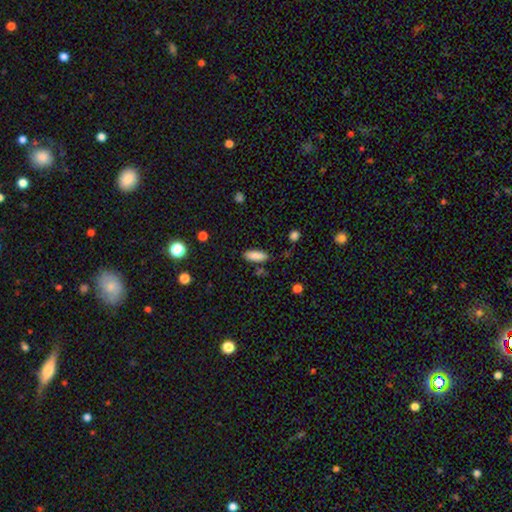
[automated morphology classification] A smooth galaxy with no disk features (83%) that is in between round and cigar-shaped (71%).

Vote fractions:
- Smooth or featured? smooth: 83% / featured or disk: 9% / star or artifact: 7%
- How rounded? in between: 71% / cigar-shaped: 27% / round: 2%
- Merging? none: 83% / minor disturbance: 11% / merger: 3% / major disturbance: 3%